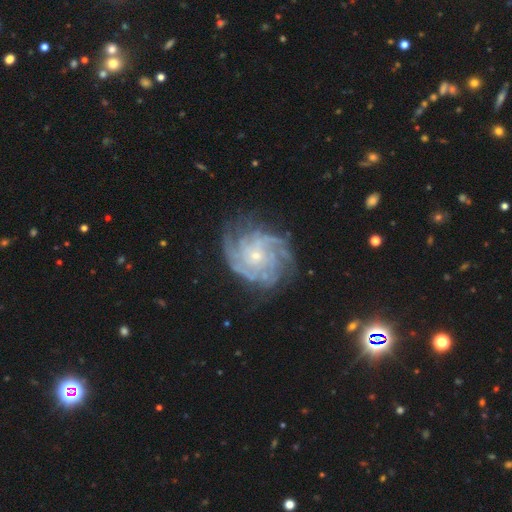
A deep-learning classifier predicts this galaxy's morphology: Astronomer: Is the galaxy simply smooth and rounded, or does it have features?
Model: featured or disk — 88%.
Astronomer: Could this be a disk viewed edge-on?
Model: no — 97%.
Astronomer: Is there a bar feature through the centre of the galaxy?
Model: no — 77%.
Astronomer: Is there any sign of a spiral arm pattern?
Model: yes — 97%.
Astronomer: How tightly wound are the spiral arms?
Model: tight — 65%.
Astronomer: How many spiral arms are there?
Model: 4 — 27% (runner-up: can't tell, 24%).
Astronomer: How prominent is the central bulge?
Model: small — 76%.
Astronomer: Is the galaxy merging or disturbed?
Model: none — 72%.